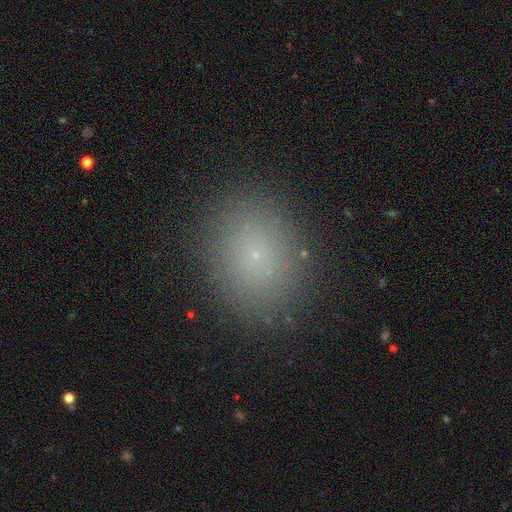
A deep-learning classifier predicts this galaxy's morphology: This appears to be a smooth galaxy with no disk features (73%) that is round (50%). Merging: none (88%).